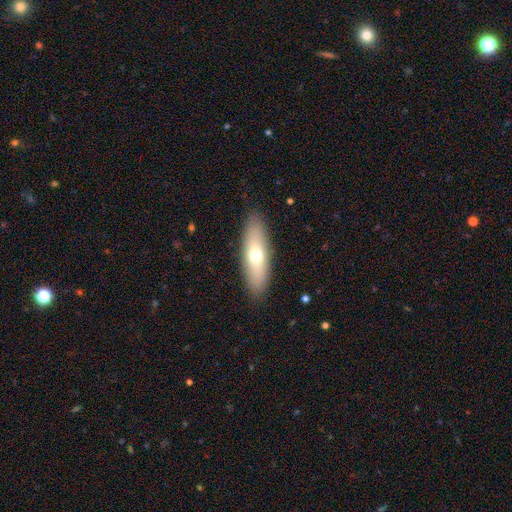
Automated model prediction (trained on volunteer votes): smooth_or_featured: smooth (p=0.62) [alt: featured or disk p=0.32]
how_rounded: cigar-shaped (p=0.51) [alt: in between p=0.47]
merging: none (p=0.89) [alt: minor disturbance p=0.08]